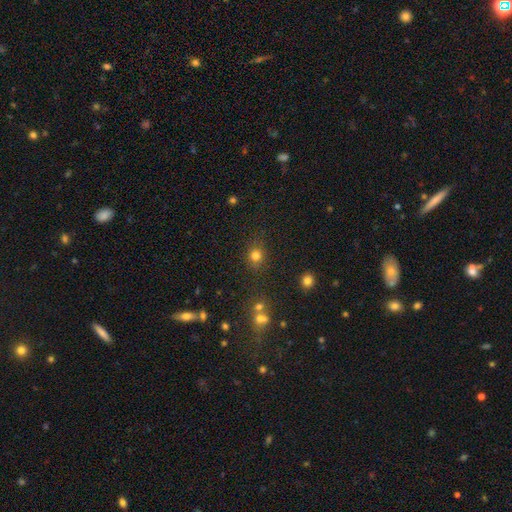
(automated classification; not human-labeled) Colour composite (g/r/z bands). It shows a smooth galaxy with no disk features (78%) that is round (81%). Merging: none (82%).